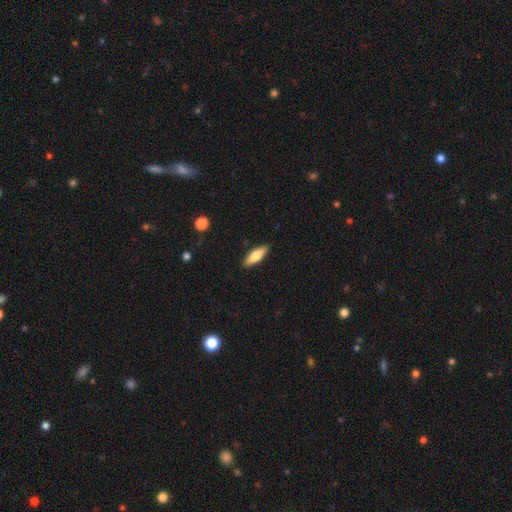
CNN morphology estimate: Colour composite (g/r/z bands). It shows a smooth galaxy with no disk features (73%) that is in between round and cigar-shaped (53%). Merging: none (89%).